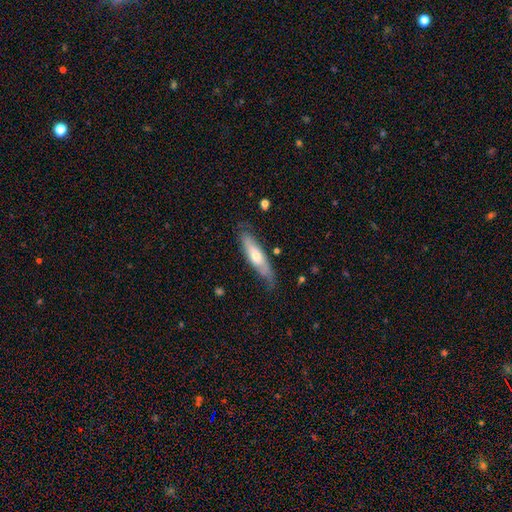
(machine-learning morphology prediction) Smooth or featured?
  - smooth: 50% *
  - featured or disk: 44%
  - star or artifact: 6%
Merging?
  - none: 73% *
  - minor disturbance: 21%
  - major disturbance: 5%
  - merger: 2%